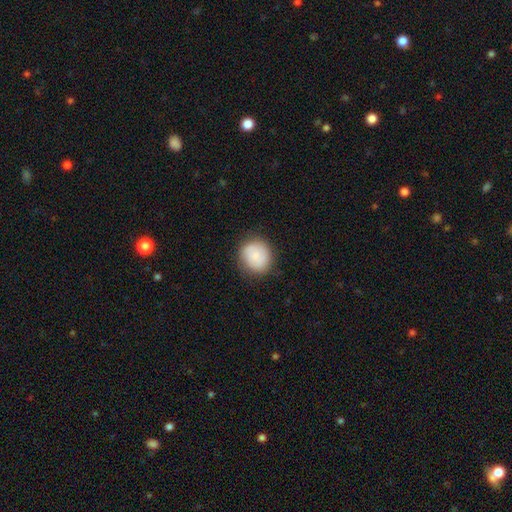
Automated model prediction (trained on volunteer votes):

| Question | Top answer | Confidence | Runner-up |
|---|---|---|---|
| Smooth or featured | smooth | 85% | featured or disk (8%) |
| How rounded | round | 79% | in between (20%) |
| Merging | none | 83% | minor disturbance (12%) |